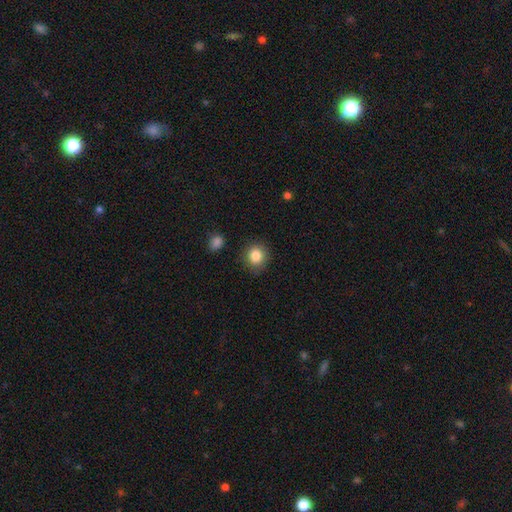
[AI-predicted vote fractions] Smooth or featured? Predicted: smooth (p=0.85). How rounded? Predicted: round (p=0.84). Merging? Predicted: none (p=0.85).